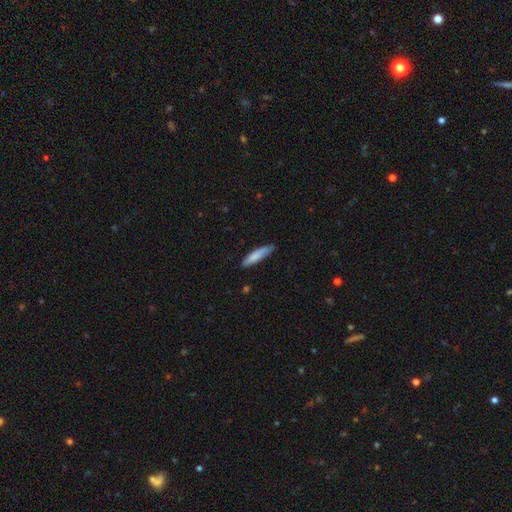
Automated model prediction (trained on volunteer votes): Smooth or featured? Predicted: smooth (p=0.81). How rounded? Predicted: cigar-shaped (p=0.78). Merging? Predicted: none (p=0.76).